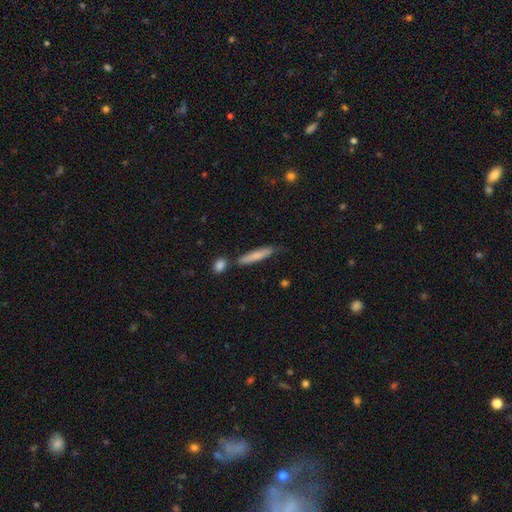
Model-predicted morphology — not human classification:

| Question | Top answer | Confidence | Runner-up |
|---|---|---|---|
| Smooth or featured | smooth | 72% | featured or disk (22%) |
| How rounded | cigar-shaped | 90% | in between (8%) |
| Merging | none | 73% | minor disturbance (16%) |